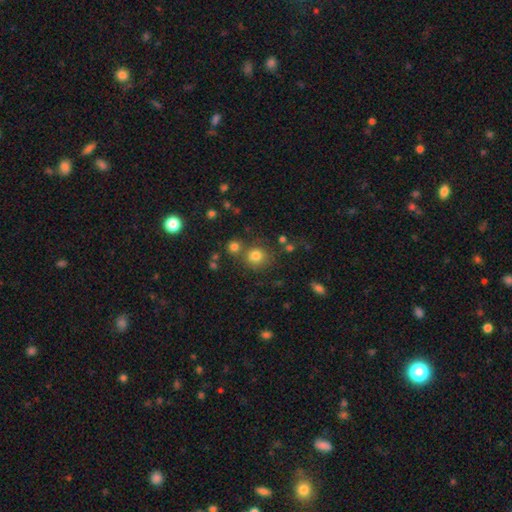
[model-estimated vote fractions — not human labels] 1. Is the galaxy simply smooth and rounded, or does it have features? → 78% smooth, 15% star or artifact, 7% featured or disk.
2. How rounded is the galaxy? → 89% round, 10% in between, 1% cigar-shaped.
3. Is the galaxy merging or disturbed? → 72% none, 15% merger, 9% minor disturbance, 4% major disturbance.